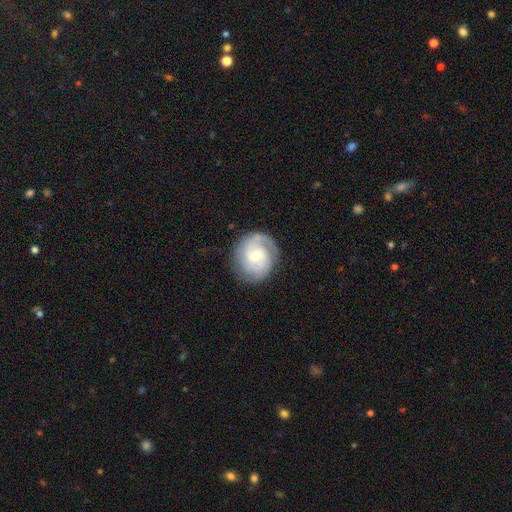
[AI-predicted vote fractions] A featured or disk galaxy (82%) with no bar (50%), 2 (56%) tight (57%) spiral arms (96%) and a small central bulge (54%).

Vote fractions:
- Smooth or featured? featured or disk: 82% / smooth: 13% / star or artifact: 5%
- Edge-on disk? no: 98% / yes: 2%
- Bar? no: 50% / weak: 43% / strong: 7%
- Spiral arms? yes: 96% / no: 4%
- Spiral winding? tight: 57% / medium: 35% / loose: 9%
- Spiral arm count? 2: 56% / can't tell: 15% / 3: 13% / 1: 10% / 4: 3% / more than 4: 3%
- Bulge size? small: 54% / moderate: 41% / large: 2% / none: 1% / dominant: 1%
- Merging? none: 79% / minor disturbance: 14% / major disturbance: 6% / merger: 1%